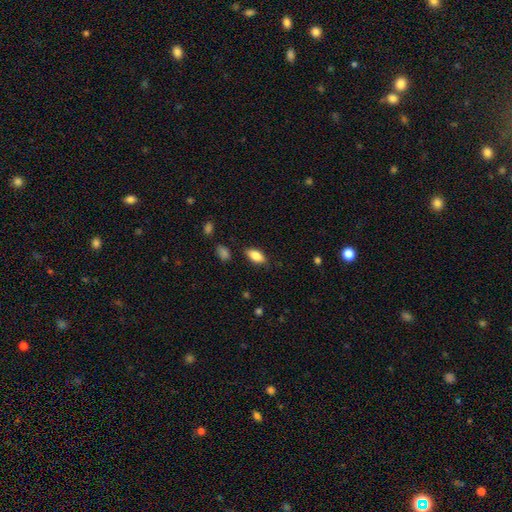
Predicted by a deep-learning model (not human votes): Overall: smooth (86%). How rounded: in between (90%). Merging: none (83%).